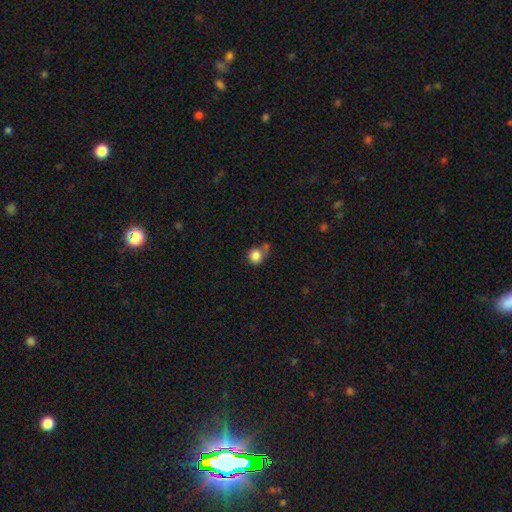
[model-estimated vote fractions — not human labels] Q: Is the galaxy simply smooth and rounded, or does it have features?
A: smooth — 84%.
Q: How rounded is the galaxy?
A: round — 81%.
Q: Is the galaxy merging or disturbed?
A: none — 49%.